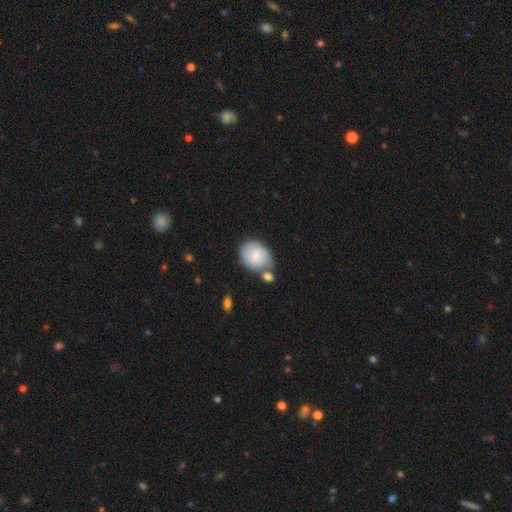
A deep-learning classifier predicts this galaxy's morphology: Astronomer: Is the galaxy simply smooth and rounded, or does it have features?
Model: smooth — 67%.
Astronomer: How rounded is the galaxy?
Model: in between — 54% (runner-up: round, 45%).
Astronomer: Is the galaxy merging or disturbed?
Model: none — 52%.